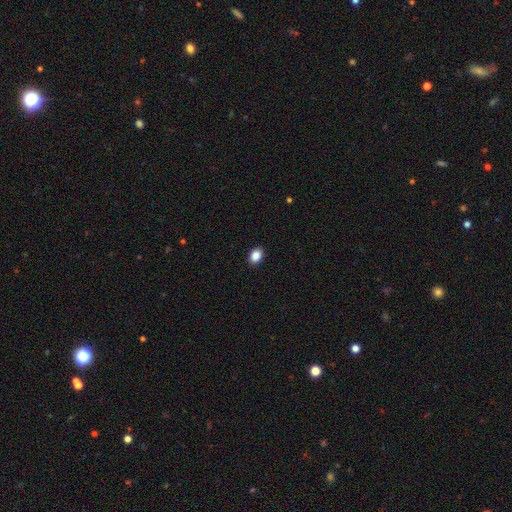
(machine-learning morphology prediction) smooth_or_featured: smooth (p=0.88) [alt: star or artifact p=0.09]
how_rounded: in between (p=0.71) [alt: round p=0.27]
merging: none (p=0.91) [alt: minor disturbance p=0.07]